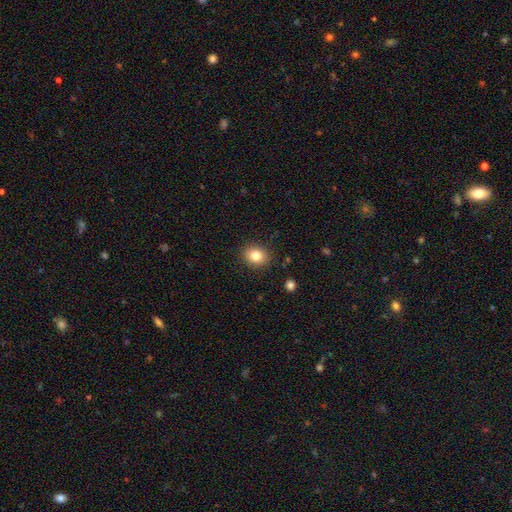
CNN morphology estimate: Smooth or featured? smooth (82%)
How rounded? round (65%)
Merging? none (89%)